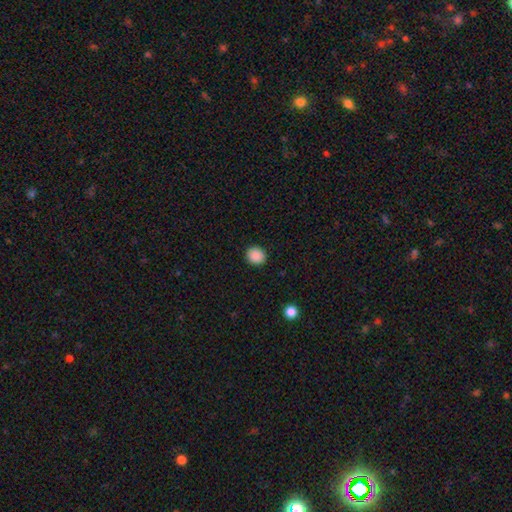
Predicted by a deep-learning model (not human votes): Smooth or featured? Predicted: smooth (p=0.89). How rounded? Predicted: round (p=0.79). Merging? Predicted: none (p=0.91).